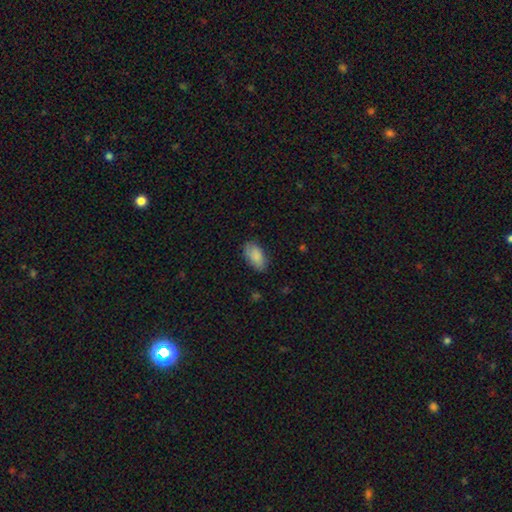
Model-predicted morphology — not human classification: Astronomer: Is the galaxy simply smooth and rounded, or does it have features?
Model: smooth — 86%.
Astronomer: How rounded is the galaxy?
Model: in between — 94%.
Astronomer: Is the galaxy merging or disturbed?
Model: none — 78%.